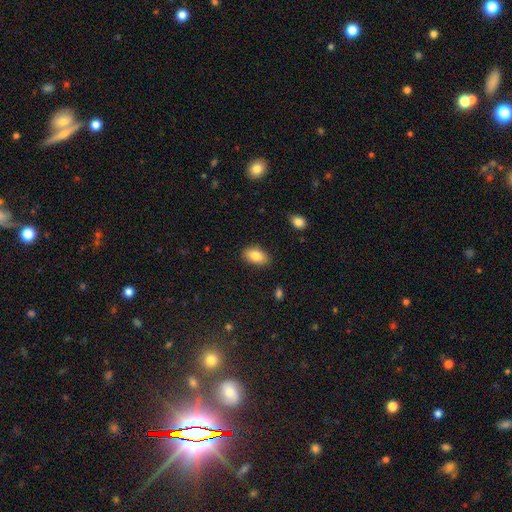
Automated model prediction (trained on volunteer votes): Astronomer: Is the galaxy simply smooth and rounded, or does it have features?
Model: smooth — 84%.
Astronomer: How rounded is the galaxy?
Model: in between — 92%.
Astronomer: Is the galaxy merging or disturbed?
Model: none — 87%.